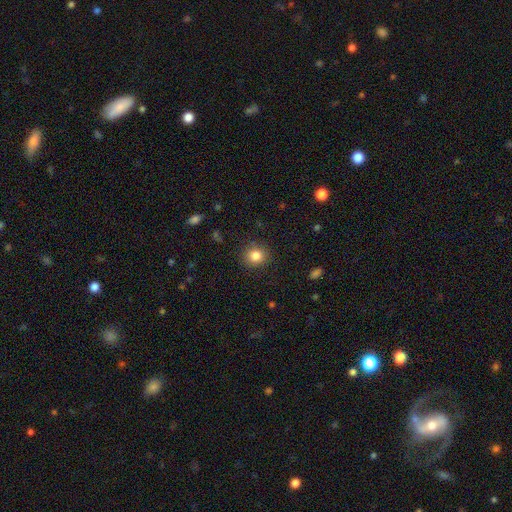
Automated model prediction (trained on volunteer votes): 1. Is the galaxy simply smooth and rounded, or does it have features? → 83% smooth, 11% star or artifact, 6% featured or disk.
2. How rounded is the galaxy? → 87% round, 12% in between, 1% cigar-shaped.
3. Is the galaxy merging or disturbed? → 89% none, 7% minor disturbance, 3% major disturbance, 1% merger.